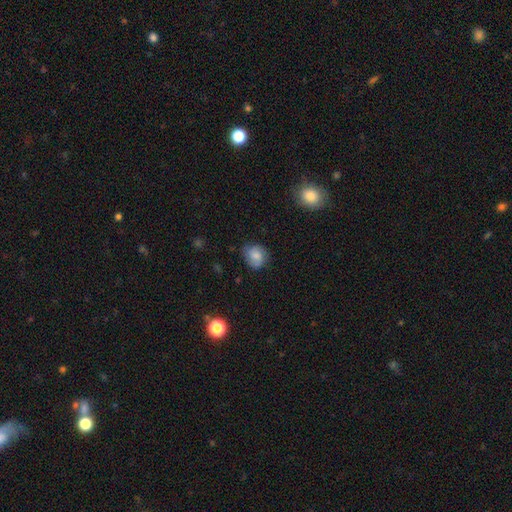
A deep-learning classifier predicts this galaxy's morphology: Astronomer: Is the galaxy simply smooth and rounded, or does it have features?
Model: smooth — 72%.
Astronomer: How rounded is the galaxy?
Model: round — 69%.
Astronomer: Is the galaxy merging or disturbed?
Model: none — 68%.